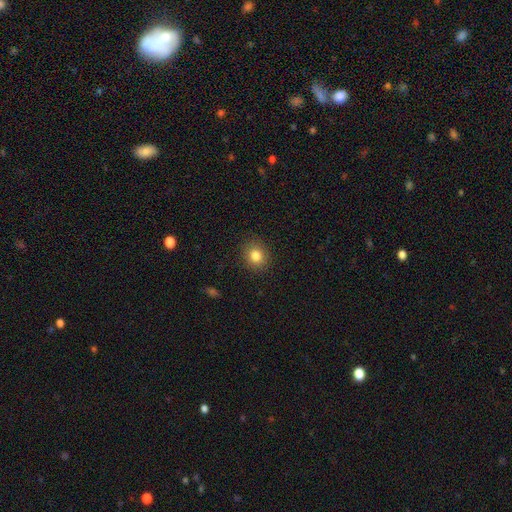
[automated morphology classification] A smooth galaxy with no disk features (83%) that is round (72%). Merging: none (89%).